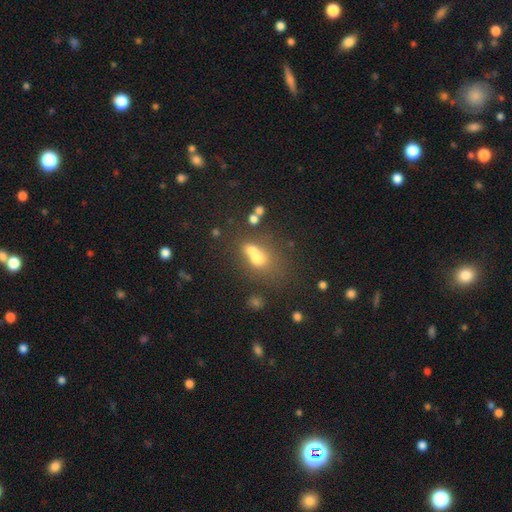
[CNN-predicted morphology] type=smooth (55%); roundness=in between (53%); merging=merger (48%).